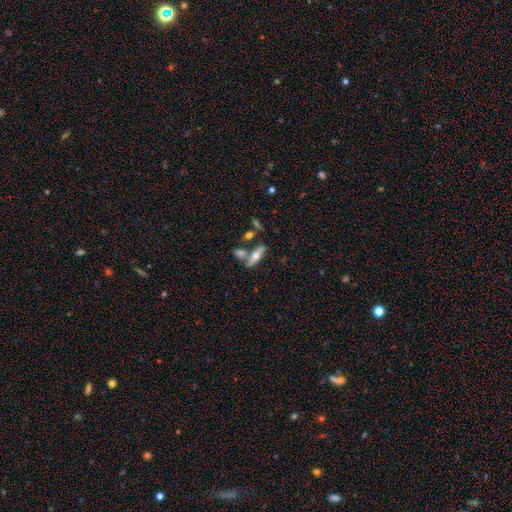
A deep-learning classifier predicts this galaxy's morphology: The model was most divided on "smooth or featured": featured or disk: 53%, smooth: 39%, star or artifact: 7%. More confident: edge-on disk — yes (81%); merging — none (58%).